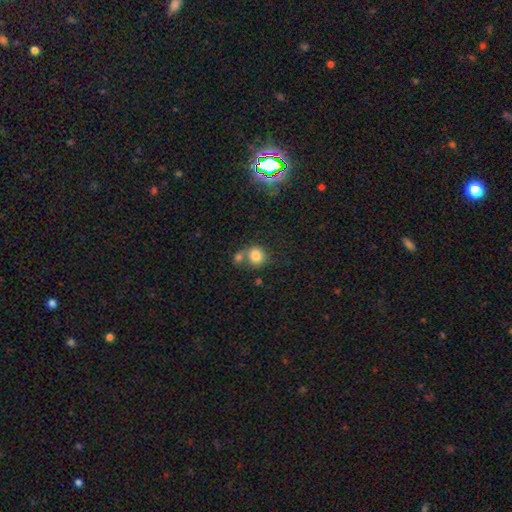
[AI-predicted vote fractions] Smooth or featured?
  - smooth: 81% *
  - star or artifact: 11%
  - featured or disk: 9%
How rounded?
  - round: 81% *
  - in between: 18%
  - cigar-shaped: 1%
Merging?
  - none: 47% *
  - merger: 38%
  - minor disturbance: 11%
  - major disturbance: 5%